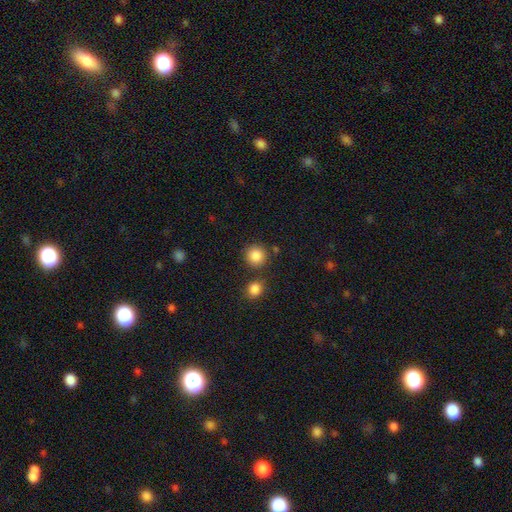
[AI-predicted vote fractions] A smooth galaxy with no disk features (86%) that is round (92%).

Vote fractions:
- Smooth or featured? smooth: 86% / star or artifact: 10% / featured or disk: 4%
- How rounded? round: 92% / in between: 7% / cigar-shaped: 1%
- Merging? none: 81% / merger: 8% / minor disturbance: 8% / major disturbance: 3%